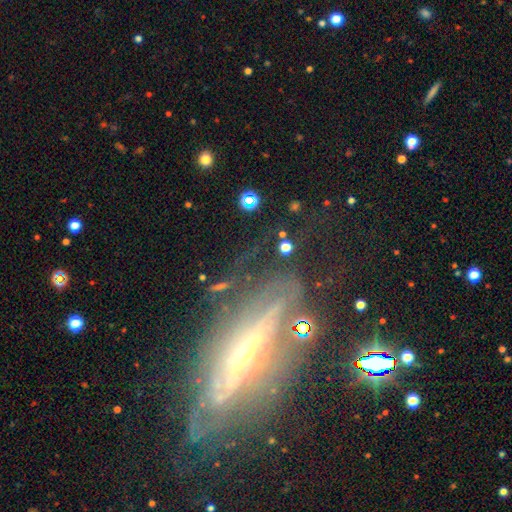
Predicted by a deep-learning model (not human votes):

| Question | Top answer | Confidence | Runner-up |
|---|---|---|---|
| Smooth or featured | featured or disk | 80% | smooth (11%) |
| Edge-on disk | yes | 71% | no (29%) |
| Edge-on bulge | rounded | 71% | none (22%) |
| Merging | none | 69% | minor disturbance (18%) |